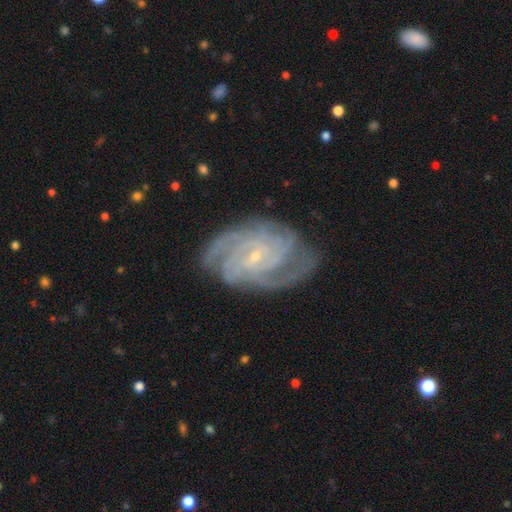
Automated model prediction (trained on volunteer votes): Smooth or featured? featured or disk (90%)
Edge-on disk? no (97%)
Bar? no (48%)
Spiral arms? yes (98%)
Spiral winding? tight (70%)
Spiral arm count? 4 (29%)
Bulge size? small (86%)
Merging? none (77%)